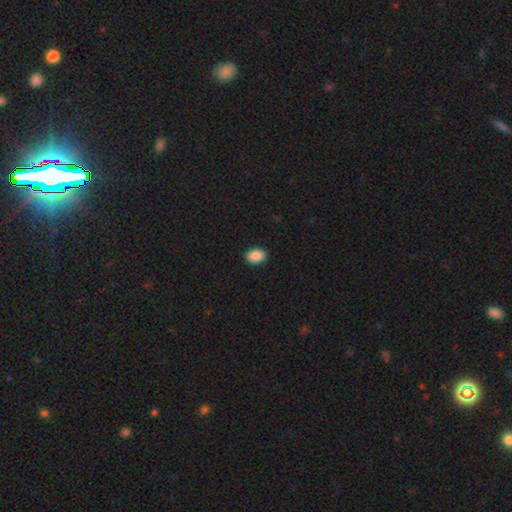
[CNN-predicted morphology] Q: Smooth or featured?
A: smooth (90%); runner-up: star or artifact (7%)
Q: How rounded?
A: in between (82%); runner-up: round (17%)
Q: Merging?
A: none (90%); runner-up: minor disturbance (7%)